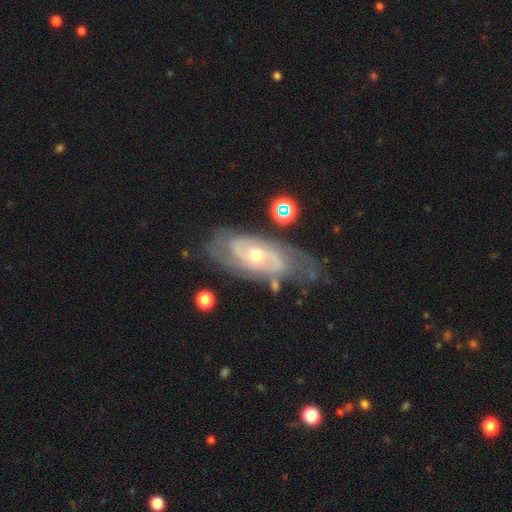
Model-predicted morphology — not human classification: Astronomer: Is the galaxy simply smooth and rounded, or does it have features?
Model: featured or disk — 86%.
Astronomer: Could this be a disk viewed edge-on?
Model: no — 93%.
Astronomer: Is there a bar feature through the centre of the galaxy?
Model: no — 60%.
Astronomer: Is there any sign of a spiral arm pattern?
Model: yes — 93%.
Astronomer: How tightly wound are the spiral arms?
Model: tight — 55% (runner-up: medium, 36%).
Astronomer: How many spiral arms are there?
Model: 2 — 60%.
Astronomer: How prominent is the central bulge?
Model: moderate — 61%.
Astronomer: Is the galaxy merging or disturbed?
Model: none — 64%.